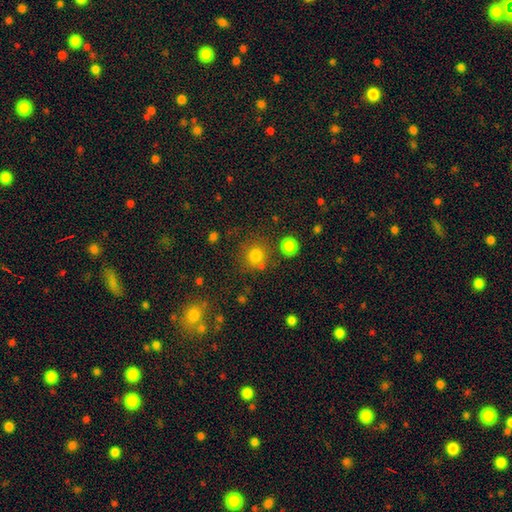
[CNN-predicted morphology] Smooth or featured: smooth — 79% (star or artifact — 15%)
How rounded: round — 90% (in between — 9%)
Merging: none — 75% (minor disturbance — 10%)